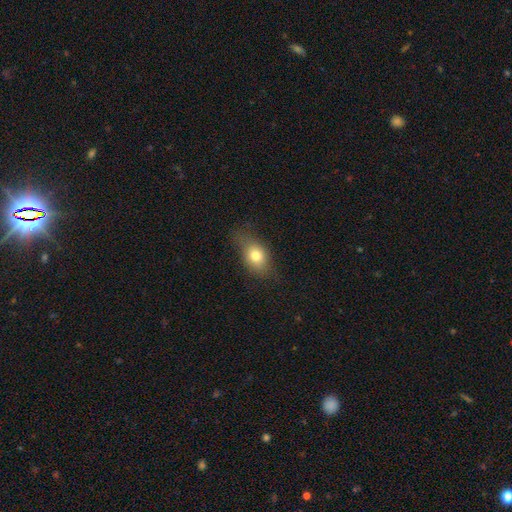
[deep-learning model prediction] A smooth galaxy with no disk features (76%) that is in between round and cigar-shaped (72%).

Vote fractions:
- Smooth or featured? smooth: 76% / featured or disk: 14% / star or artifact: 10%
- How rounded? in between: 72% / round: 25% / cigar-shaped: 3%
- Merging? none: 64% / minor disturbance: 25% / major disturbance: 9% / merger: 1%